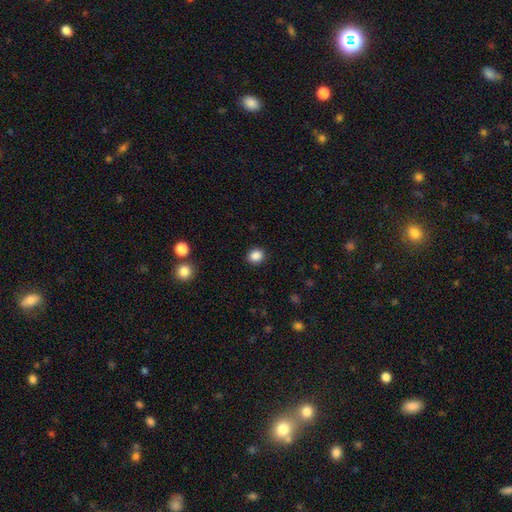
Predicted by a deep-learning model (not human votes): smooth 87%, star or artifact 10%, featured or disk 3%. Down the decision tree: how rounded — round (77%); merging — none (90%).